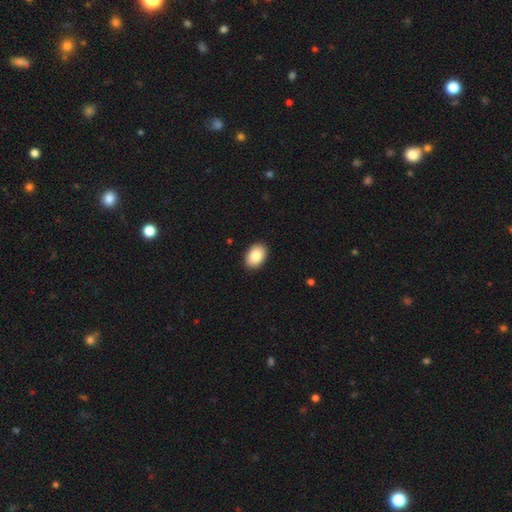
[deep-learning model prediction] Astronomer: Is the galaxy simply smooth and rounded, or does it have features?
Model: smooth — 85%.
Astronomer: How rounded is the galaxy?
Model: in between — 85%.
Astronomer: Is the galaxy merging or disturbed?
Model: none — 91%.